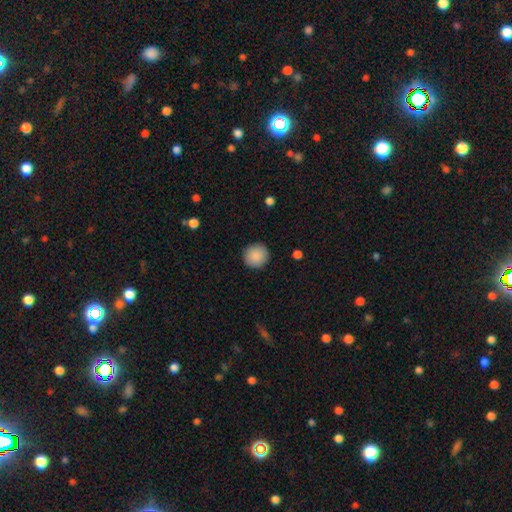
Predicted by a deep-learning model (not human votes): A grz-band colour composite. It shows a smooth galaxy with no disk features (89%) that is round (94%). Merging: none (91%).